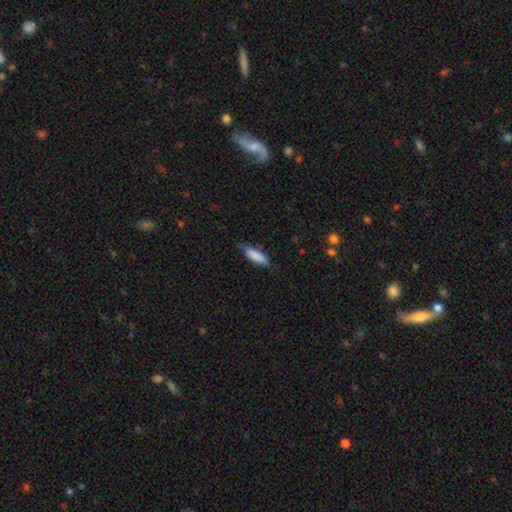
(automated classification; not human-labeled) smooth 84%, featured or disk 10%, star or artifact 6%. Down the decision tree: how rounded — in between (52%); merging — none (72%).